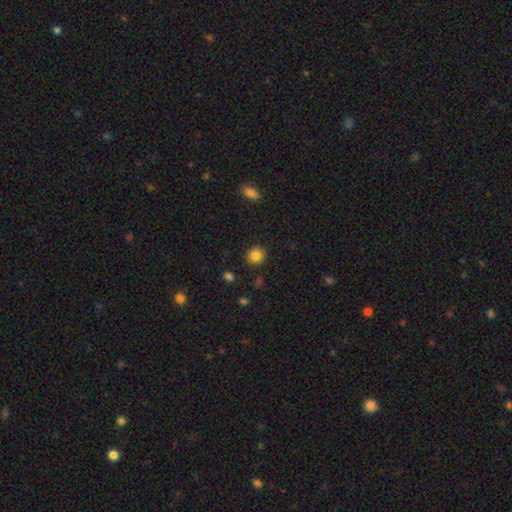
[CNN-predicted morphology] smooth 85%, star or artifact 10%, featured or disk 5%. Down the decision tree: how rounded — round (86%); merging — none (89%).